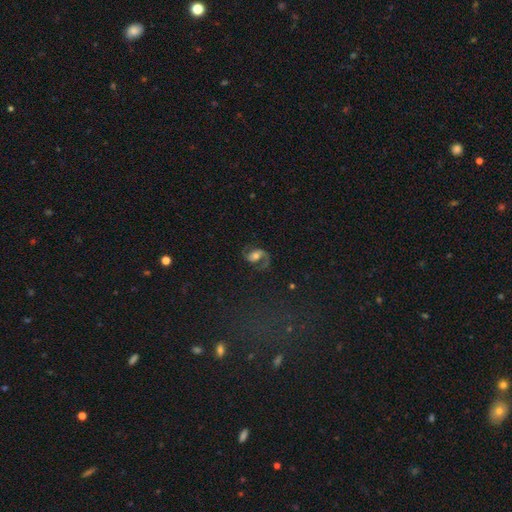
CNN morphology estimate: Smooth or featured? Predicted: featured or disk (p=0.84). Edge-on disk? Predicted: no (p=0.98). Bar? Predicted: no (p=0.49). Spiral arms? Predicted: yes (p=0.96). Spiral winding? Predicted: medium (p=0.53). Spiral arm count? Predicted: 2 (p=0.87). Bulge size? Predicted: moderate (p=0.62). Merging? Predicted: none (p=0.72).